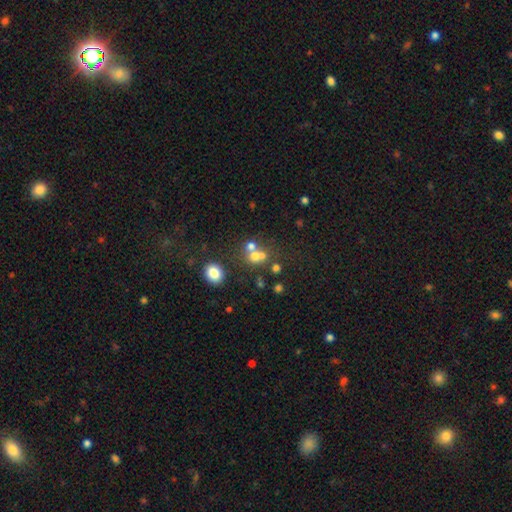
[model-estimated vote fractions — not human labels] The model was most divided on "merging": merger: 49%, none: 38%, minor disturbance: 8%, major disturbance: 5%. More confident: how rounded — round (74%); smooth or featured — smooth (62%).